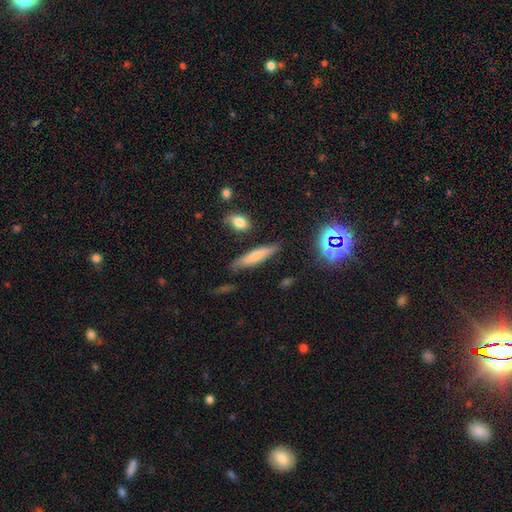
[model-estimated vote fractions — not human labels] The model was most divided on "smooth or featured": smooth: 67%, featured or disk: 23%, star or artifact: 10%. More confident: merging — none (80%); how rounded — cigar-shaped (78%).